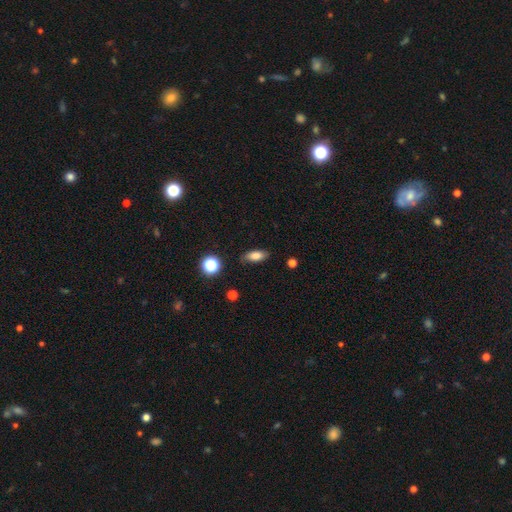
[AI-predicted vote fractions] Morphology: type=smooth (79%); roundness=in between (78%); merging=none (83%).